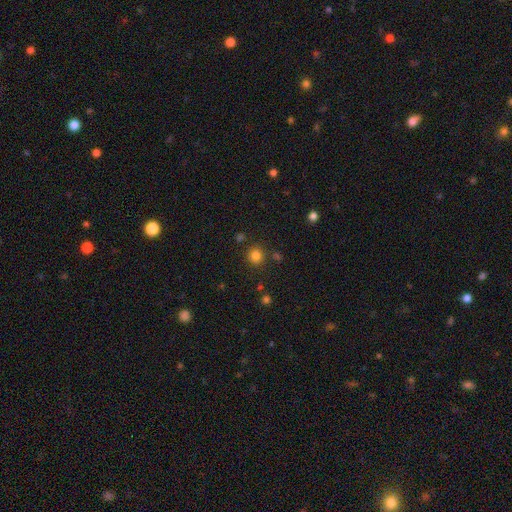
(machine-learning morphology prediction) smooth_or_featured: smooth (p=0.81) [alt: star or artifact p=0.14]
how_rounded: round (p=0.90) [alt: in between p=0.09]
merging: none (p=0.84) [alt: minor disturbance p=0.08]